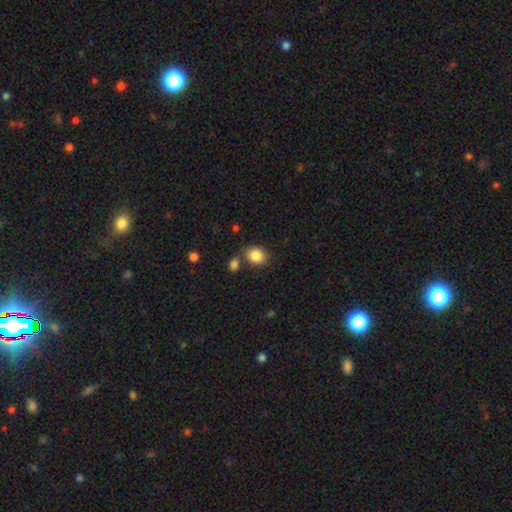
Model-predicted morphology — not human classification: type=smooth (86%); roundness=round (52%); merging=none (70%).